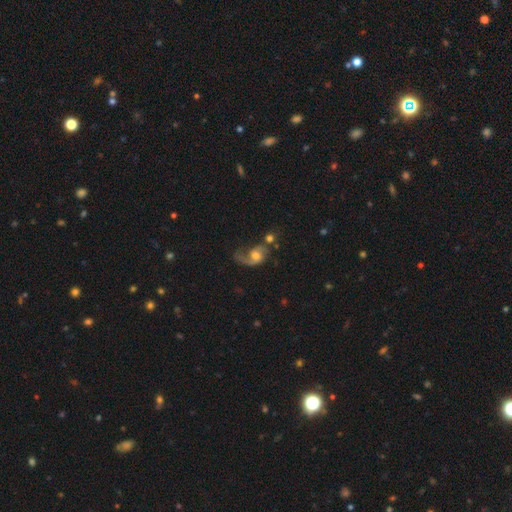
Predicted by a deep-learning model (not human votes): This is likely a featured or disk galaxy (73%). It is clearly not viewed edge-on (97%). Bar: likely no (66%). Spiral arm pattern: clearly yes (91%). Spiral arm count: possibly 2 (58%). Spiral winding: likely loose (61%). Central bulge: likely moderate (62%). Merging: marginally none (35%).